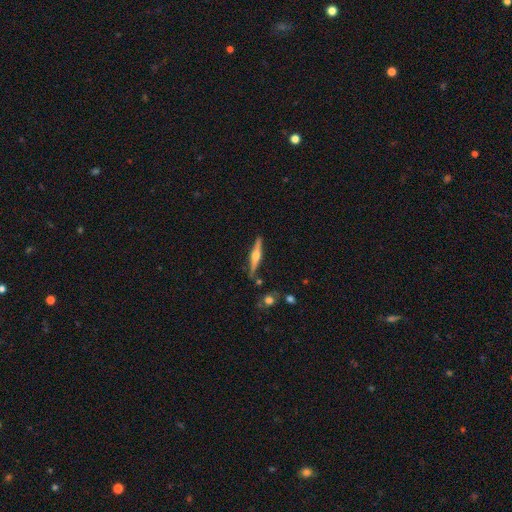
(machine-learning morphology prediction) This appears to be a featured or disk galaxy (75%) viewed edge-on (98%) with a rounded central bulge (93%). Merging: none (87%).